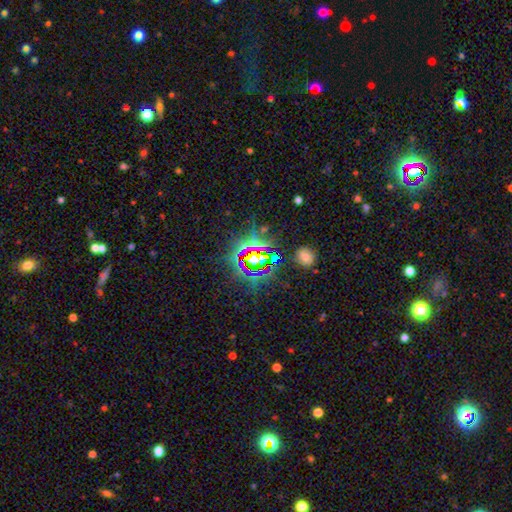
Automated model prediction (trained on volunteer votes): smooth-or-featured: star or artifact: 76% | smooth: 12% | featured or disk: 12%